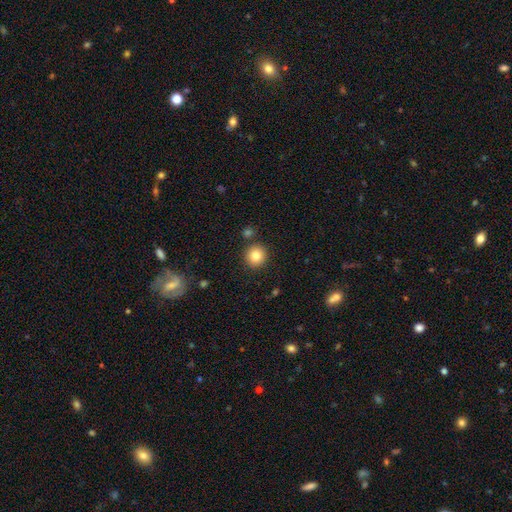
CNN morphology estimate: The model was most divided on "smooth or featured": smooth: 83%, star or artifact: 10%, featured or disk: 7%. More confident: how rounded — round (92%); merging — none (87%).